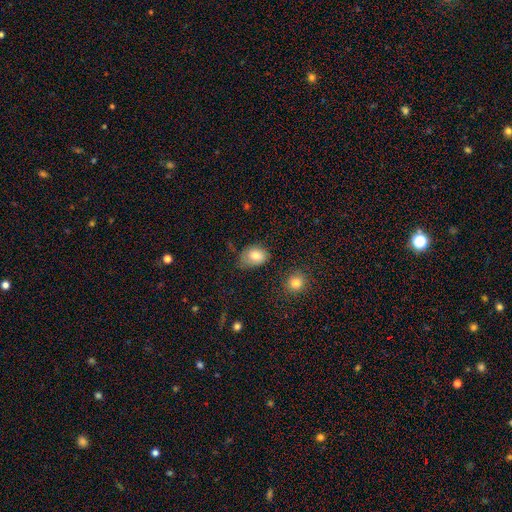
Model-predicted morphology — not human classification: A smooth galaxy with no disk features (80%) that is in between round and cigar-shaped (72%). Merging: none (55%).